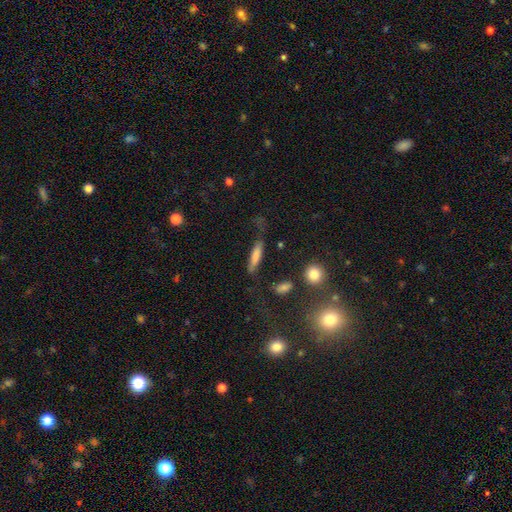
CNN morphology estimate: Overall: smooth (73%). How rounded: cigar-shaped (81%). Merging: none (58%; minor disturbance 23%).